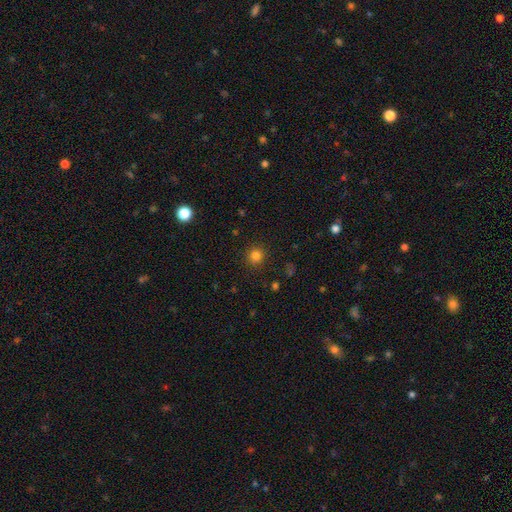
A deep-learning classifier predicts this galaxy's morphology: smooth 82%, star or artifact 14%, featured or disk 4%. Down the decision tree: how rounded — round (91%); merging — none (90%).